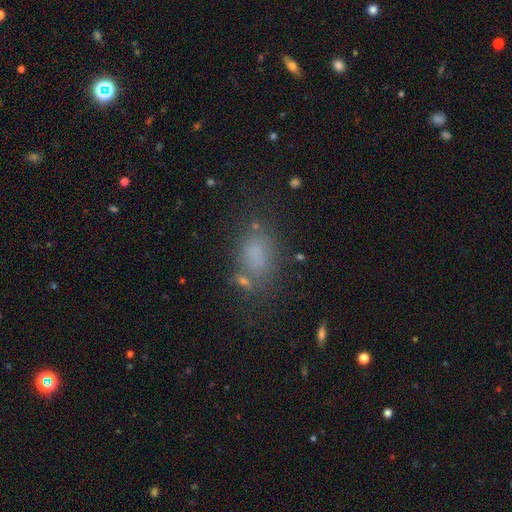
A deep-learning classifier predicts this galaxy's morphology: This is likely a smooth galaxy (72%). How rounded: likely in between (78%). Merging: likely none (63%).